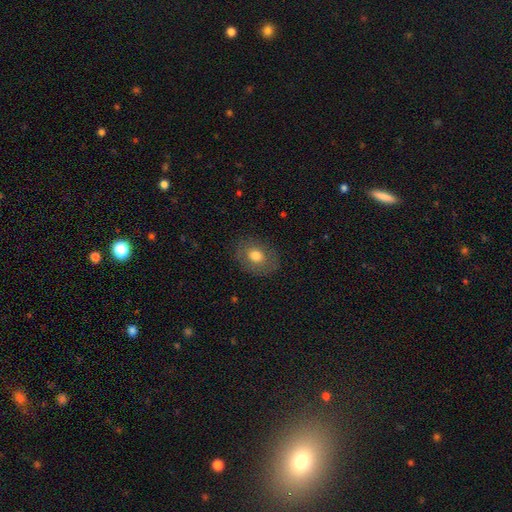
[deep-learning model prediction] smooth 74%, featured or disk 17%, star or artifact 9%. Down the decision tree: how rounded — in between (56%); merging — none (83%).